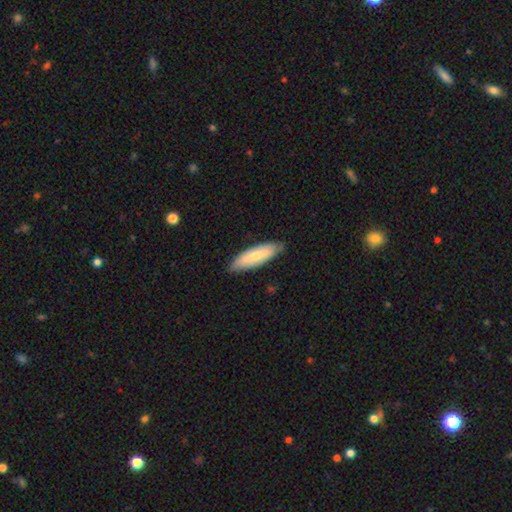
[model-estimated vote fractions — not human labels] A smooth galaxy with no disk features (69%) that is cigar-shaped (55%).

Vote fractions:
- Smooth or featured? smooth: 69% / featured or disk: 26% / star or artifact: 5%
- How rounded? cigar-shaped: 55% / in between: 43% / round: 1%
- Merging? none: 83% / minor disturbance: 14% / major disturbance: 2% / merger: 1%